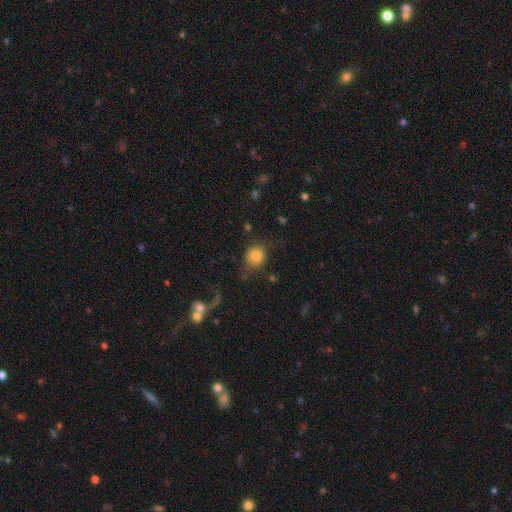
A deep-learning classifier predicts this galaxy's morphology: Smooth or featured? Predicted: smooth (p=0.82). How rounded? Predicted: round (p=0.80). Merging? Predicted: none (p=0.67).